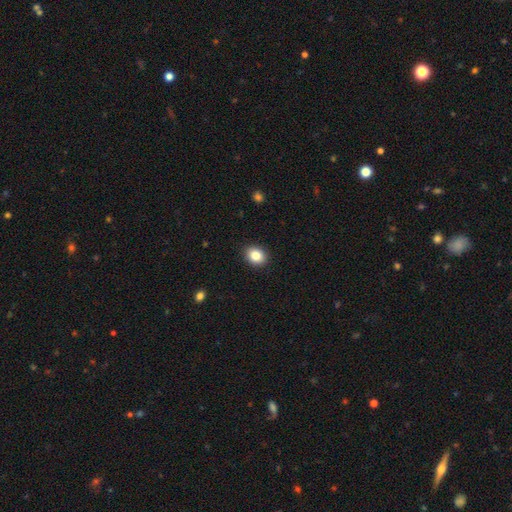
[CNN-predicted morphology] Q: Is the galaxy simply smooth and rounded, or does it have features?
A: smooth — 85%.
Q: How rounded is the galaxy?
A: round — 53%.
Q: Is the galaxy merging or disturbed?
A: none — 91%.